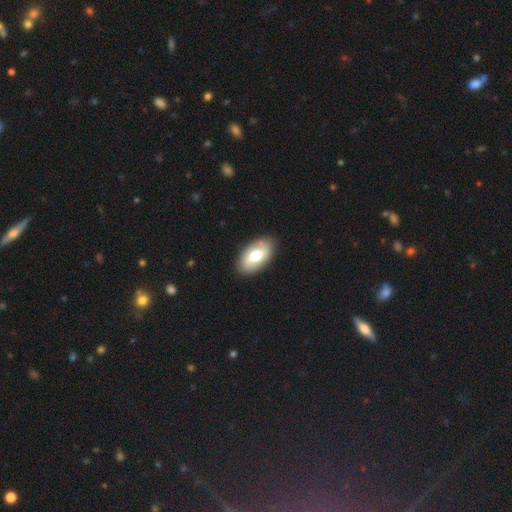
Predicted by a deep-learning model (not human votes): smooth_or_featured: smooth (p=0.60) [alt: featured or disk p=0.34]
how_rounded: in between (p=0.94) [alt: round p=0.04]
merging: none (p=0.86) [alt: minor disturbance p=0.10]